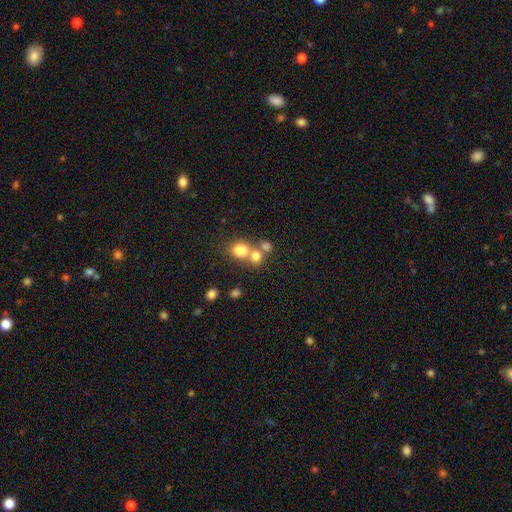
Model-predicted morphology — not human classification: This appears to be a smooth galaxy with no disk features (75%) that is round (78%). Merging: merger (47%).